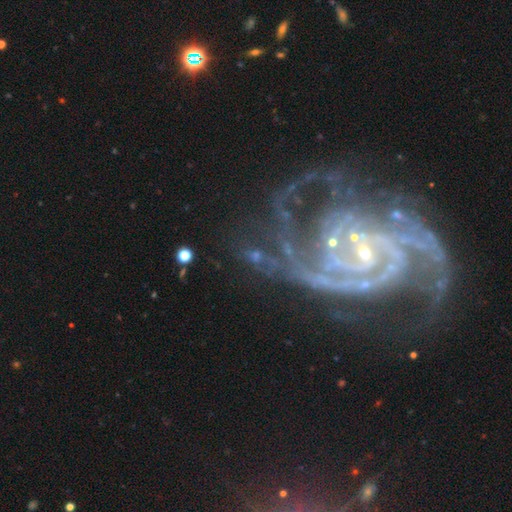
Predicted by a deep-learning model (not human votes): A featured or disk galaxy (65%) with no bar (40%), 2 (35%) tight (49%) spiral arms (87%) and a small central bulge (57%). Merging: none (63%).